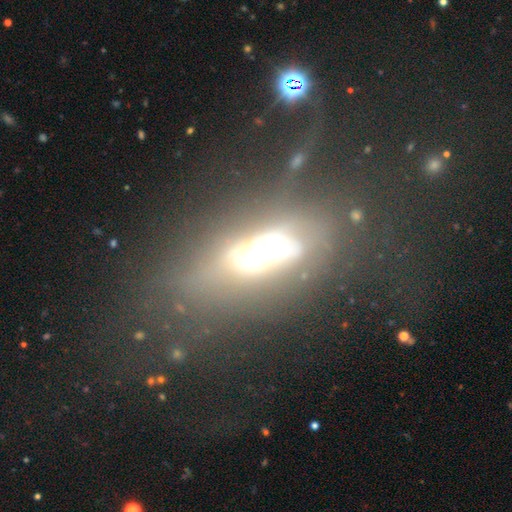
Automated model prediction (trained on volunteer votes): Morphology: type=featured or disk (49%); merging=none (36%).